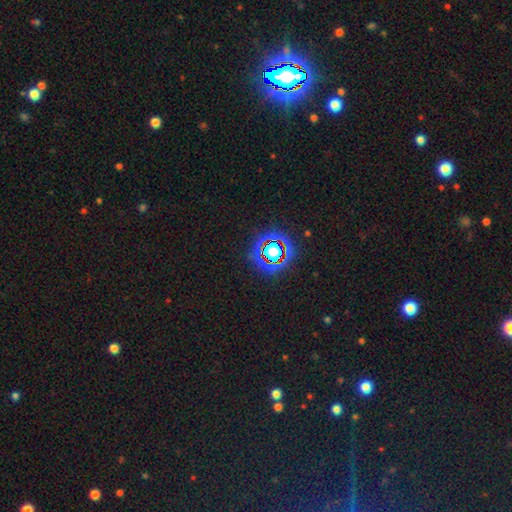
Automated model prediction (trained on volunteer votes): Smooth or featured? star or artifact (81%)